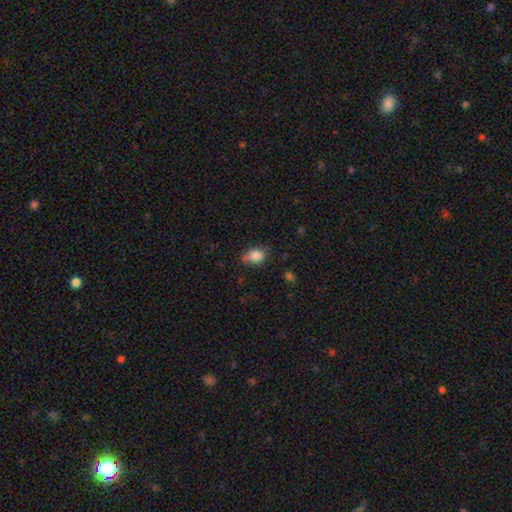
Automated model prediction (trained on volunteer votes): Morphology: type=smooth (85%); roundness=in between (67%); merging=none (62%).